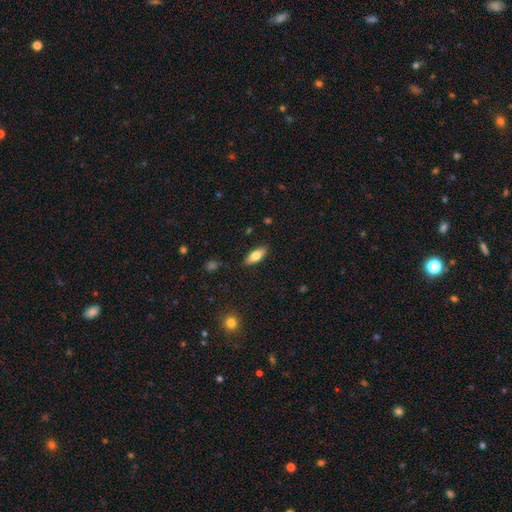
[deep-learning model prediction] A smooth galaxy with no disk features (71%) that is in between round and cigar-shaped (76%). Merging: none (87%).